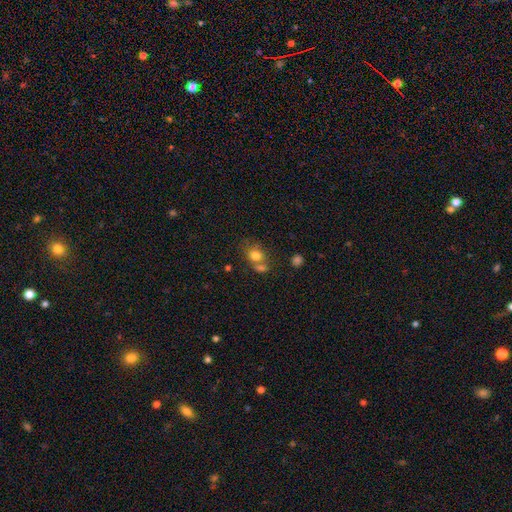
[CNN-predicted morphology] Smooth or featured: smooth — 77% (featured or disk — 12%)
How rounded: round — 56% (in between — 43%)
Merging: none — 42% (merger — 38%)